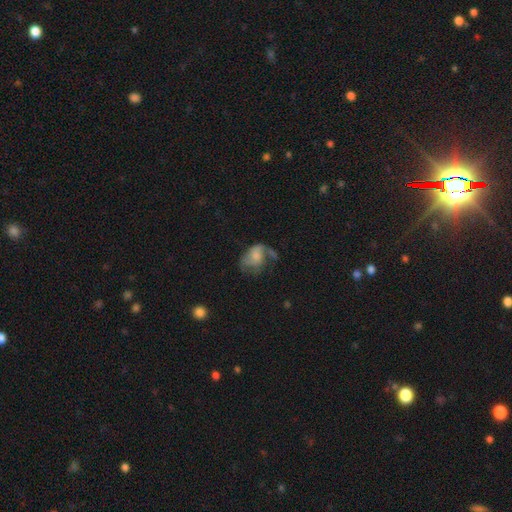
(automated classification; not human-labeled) featured or disk 45% (tied), smooth 45% (tied), star or artifact 9%. Down the decision tree: merging — major disturbance (42%).